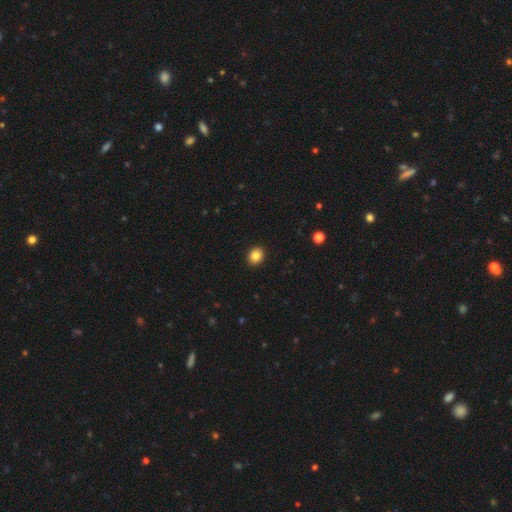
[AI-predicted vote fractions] Smooth or featured? smooth (85%)
How rounded? round (65%)
Merging? none (92%)